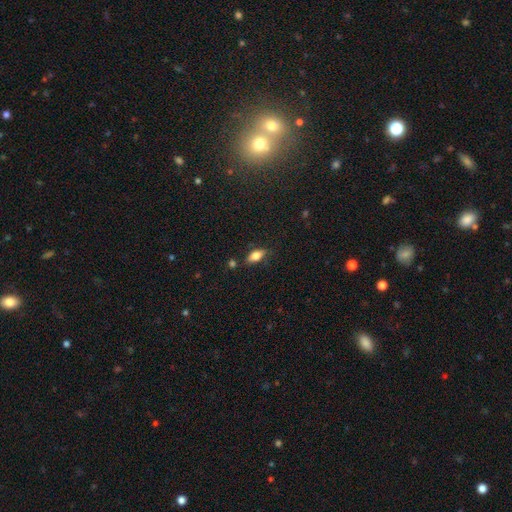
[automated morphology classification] Smooth or featured?
  - smooth: 71% *
  - featured or disk: 20%
  - star or artifact: 9%
How rounded?
  - in between: 82% *
  - cigar-shaped: 14%
  - round: 4%
Merging?
  - none: 75% *
  - minor disturbance: 17%
  - merger: 4%
  - major disturbance: 4%